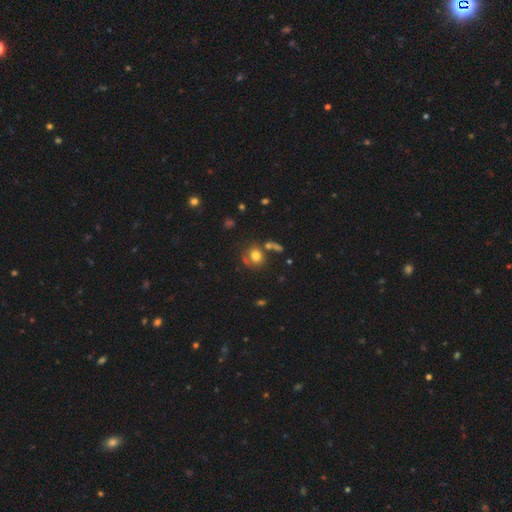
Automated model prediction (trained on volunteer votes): A smooth galaxy with no disk features (71%) that is round (75%). Merging: none (56%).